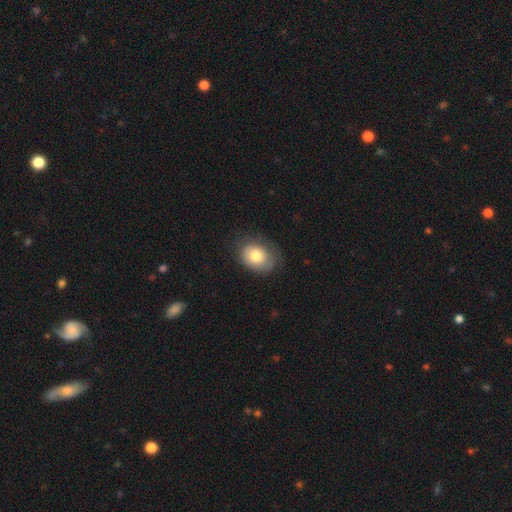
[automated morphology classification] Overall: smooth (72%). How rounded: in between (61%; round 38%). Merging: none (67%).